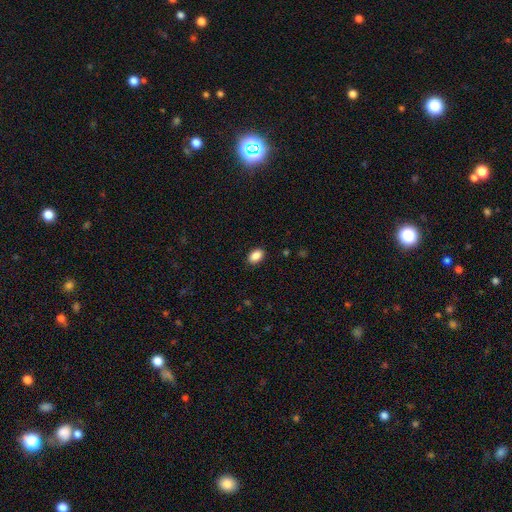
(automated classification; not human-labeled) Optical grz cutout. It shows a smooth galaxy with no disk features (89%) that is in between round and cigar-shaped (88%). Merging: none (89%).